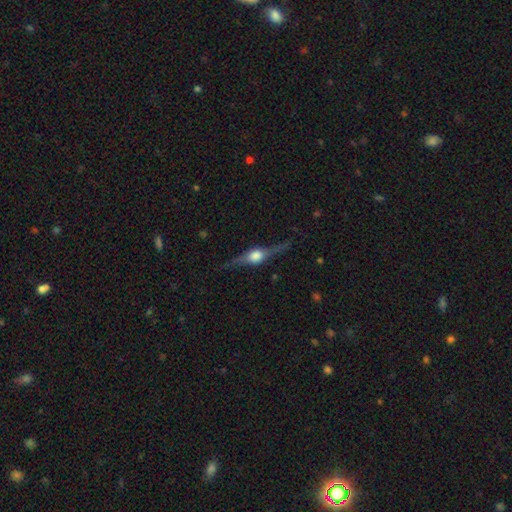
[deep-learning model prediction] Smooth or featured?
  - featured or disk: 82% *
  - smooth: 12%
  - star or artifact: 6%
Edge-on disk?
  - yes: 97% *
  - no: 3%
Edge-on bulge?
  - rounded: 92% *
  - boxy: 6%
  - none: 1%
Merging?
  - none: 84% *
  - minor disturbance: 11%
  - major disturbance: 3%
  - merger: 1%